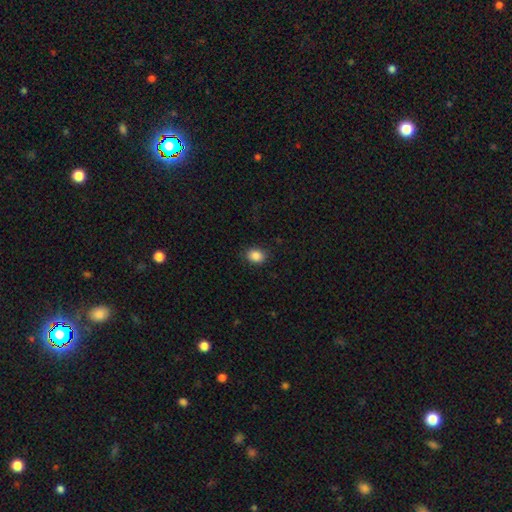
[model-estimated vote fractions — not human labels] This is clearly a smooth galaxy (87%). How rounded: possibly in between (55%). Merging: clearly none (87%).